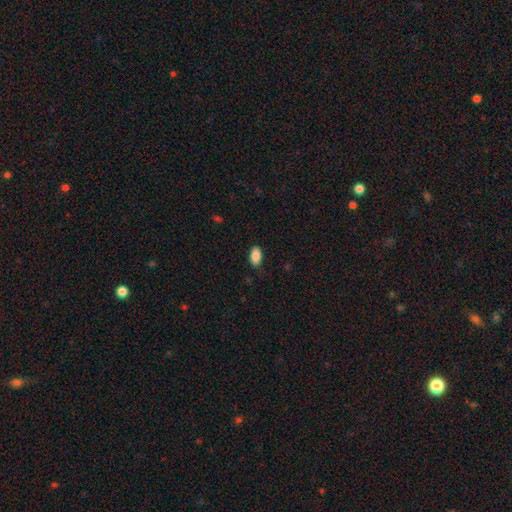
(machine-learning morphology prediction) smooth-or-featured: smooth: 87% | star or artifact: 7% | featured or disk: 5%
  how-rounded: in between: 93% | round: 4% | cigar-shaped: 3%
  merging: none: 84% | minor disturbance: 12% | major disturbance: 3% | merger: 1%